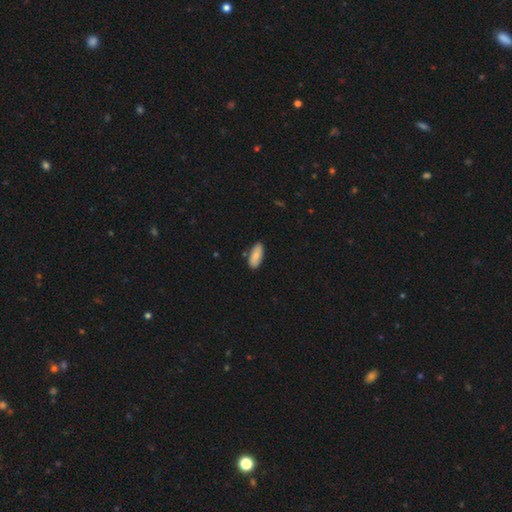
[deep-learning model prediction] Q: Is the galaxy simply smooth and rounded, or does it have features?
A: smooth — 82%.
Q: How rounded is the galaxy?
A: in between — 83%.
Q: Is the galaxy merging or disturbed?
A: none — 84%.